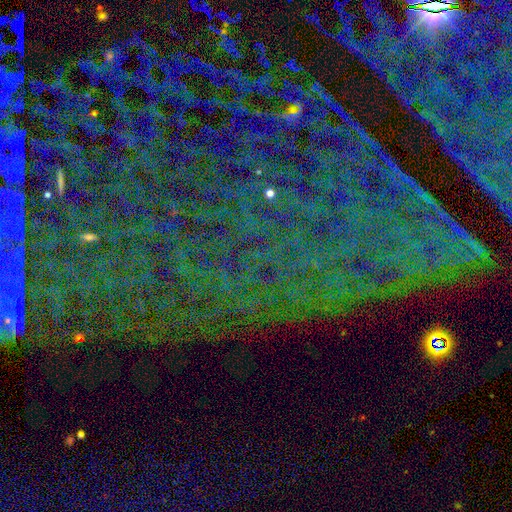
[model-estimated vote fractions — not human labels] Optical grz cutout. It shows a star or artifact, not a galaxy (83%).